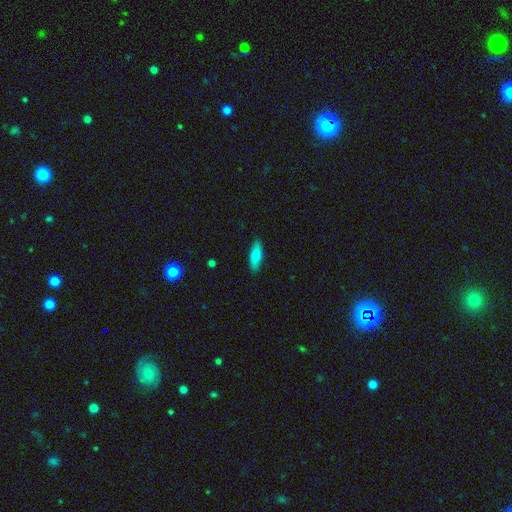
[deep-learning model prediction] smooth 70%, featured or disk 23%, star or artifact 6%. Down the decision tree: how rounded — in between (55%); merging — none (89%).